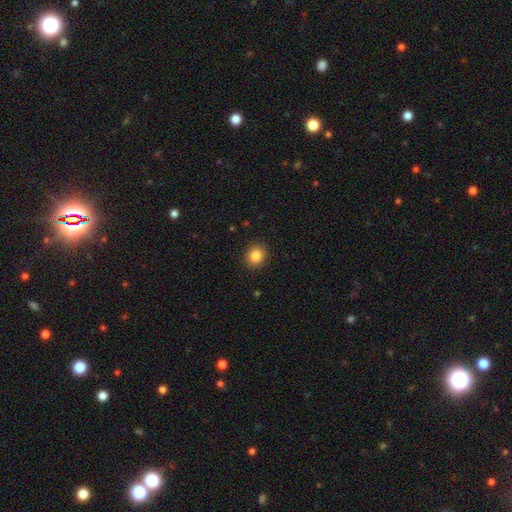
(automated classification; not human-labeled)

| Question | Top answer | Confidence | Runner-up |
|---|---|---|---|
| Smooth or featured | smooth | 85% | star or artifact (10%) |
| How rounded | round | 80% | in between (19%) |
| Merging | none | 90% | minor disturbance (7%) |